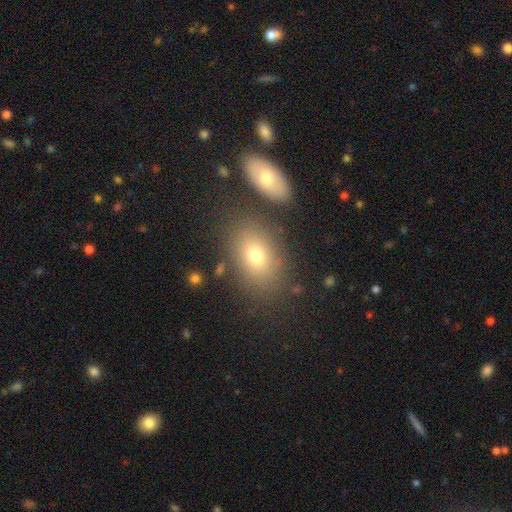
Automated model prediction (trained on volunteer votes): Morphology: type=smooth (71%); roundness=in between (77%); merging=none (74%).